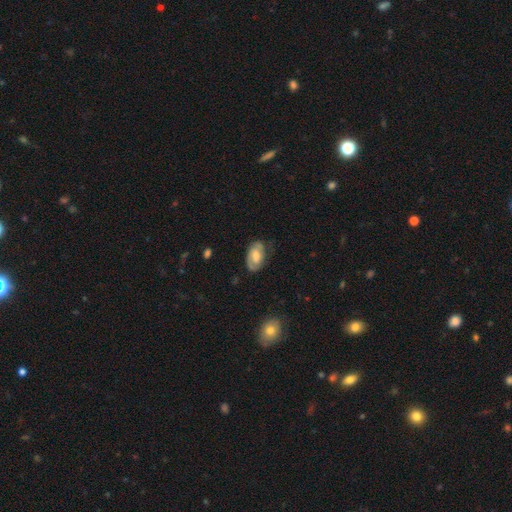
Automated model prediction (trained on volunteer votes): This appears to be a featured or disk galaxy (59%) with no bar (48%), spiral arms (81%) and a moderate central bulge (56%). Merging: none (69%).